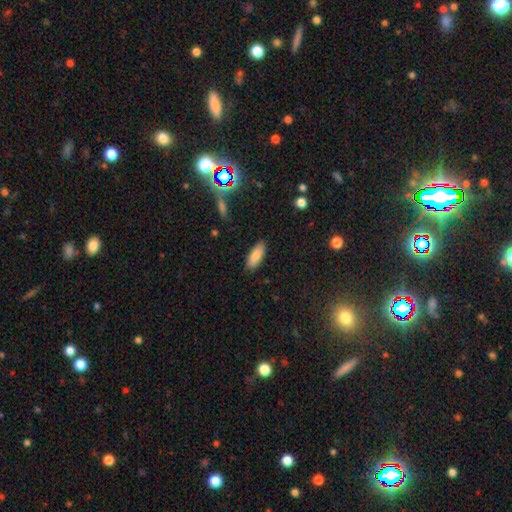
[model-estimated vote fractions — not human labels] A smooth galaxy with no disk features (84%) that is in between round and cigar-shaped (80%).

Vote fractions:
- Smooth or featured? smooth: 84% / featured or disk: 8% / star or artifact: 7%
- How rounded? in between: 80% / cigar-shaped: 18% / round: 2%
- Merging? none: 87% / minor disturbance: 10% / major disturbance: 2% / merger: 1%